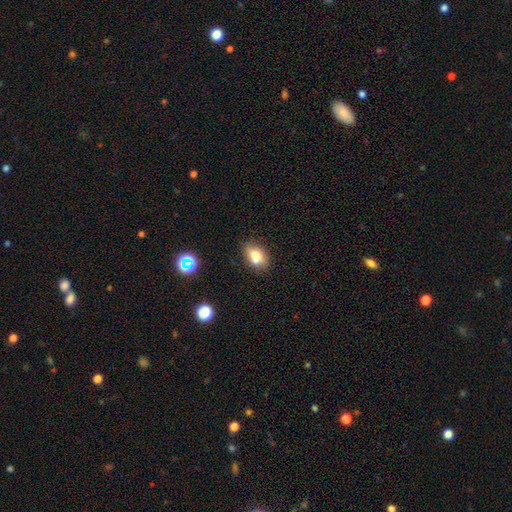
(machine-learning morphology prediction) smooth-or-featured: smooth: 77% | featured or disk: 13% | star or artifact: 11%
  how-rounded: in between: 80% | round: 17% | cigar-shaped: 2%
  merging: none: 58% | minor disturbance: 21% | merger: 15% | major disturbance: 5%